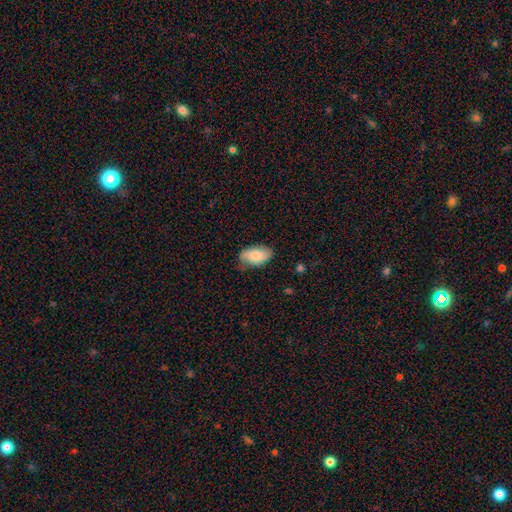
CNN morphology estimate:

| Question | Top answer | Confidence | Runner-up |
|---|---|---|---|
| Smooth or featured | smooth | 77% | featured or disk (16%) |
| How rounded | in between | 94% | round (3%) |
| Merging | none | 63% | minor disturbance (29%) |